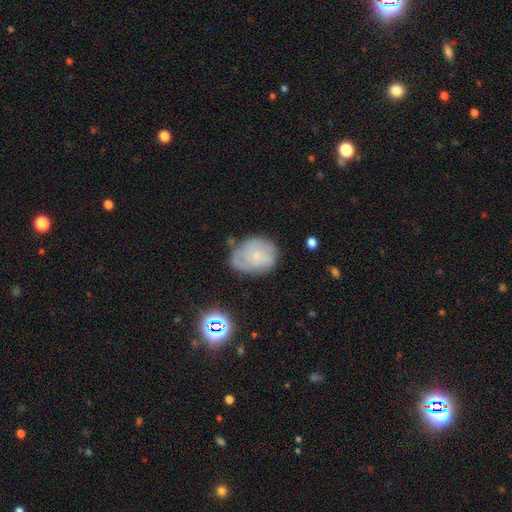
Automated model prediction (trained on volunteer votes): featured or disk 45%, smooth 44%, star or artifact 11%. Down the decision tree: merging — none (58%).